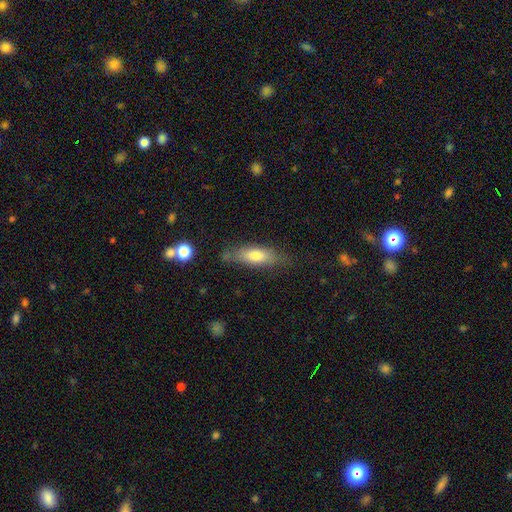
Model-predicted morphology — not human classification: The model was most divided on "how rounded": in between: 51%, cigar-shaped: 46%, round: 3%. More confident: merging — none (71%); smooth or featured — smooth (68%).